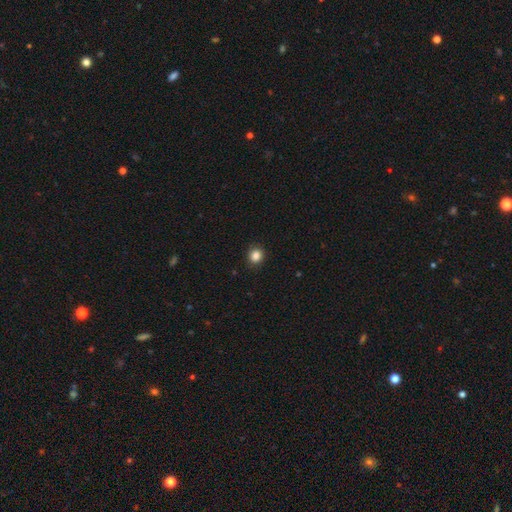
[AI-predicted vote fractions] Smooth or featured? Predicted: smooth (p=0.85). How rounded? Predicted: round (p=0.83). Merging? Predicted: none (p=0.90).